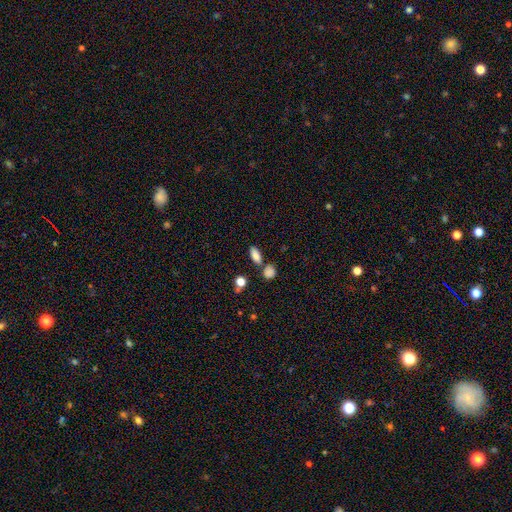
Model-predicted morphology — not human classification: smooth_or_featured: smooth (p=0.82) [alt: star or artifact p=0.10]
how_rounded: in between (p=0.80) [alt: cigar-shaped p=0.13]
merging: none (p=0.70) [alt: merger p=0.15]